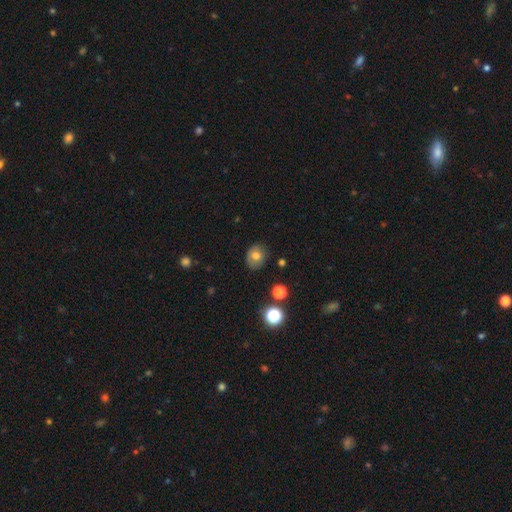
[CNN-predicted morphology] Smooth or featured? smooth (73%)
How rounded? round (63%)
Merging? none (81%)